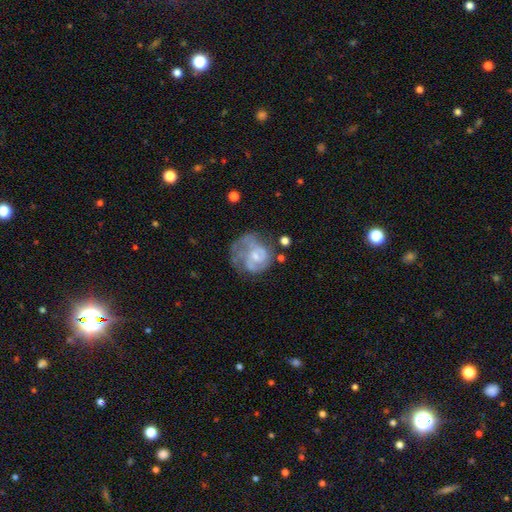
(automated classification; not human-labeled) smooth-or-featured: featured or disk: 66% | smooth: 26% | star or artifact: 8%
  disk-edge-on: no: 98% | yes: 2%
    bar: no: 68% | weak: 28% | strong: 4%
    has-spiral-arms: yes: 66% | no: 34%
    bulge-size: small: 49% | moderate: 34% | none: 13% | large: 3% | dominant: 1%
  merging: none: 35% (tied) | major disturbance: 35% (tied) | minor disturbance: 23% | merger: 6%